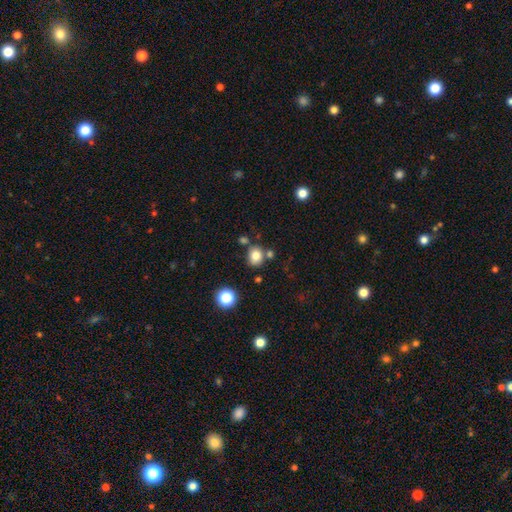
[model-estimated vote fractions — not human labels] Smooth or featured? smooth (79%)
How rounded? round (68%)
Merging? none (72%)